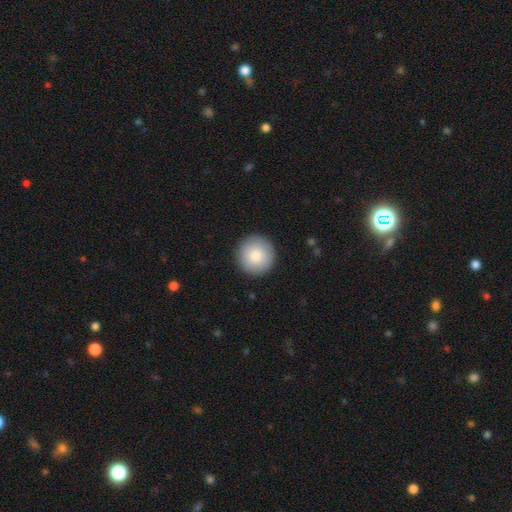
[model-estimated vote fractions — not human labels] This is clearly a smooth galaxy (84%). How rounded: clearly round (94%). Merging: clearly none (91%).